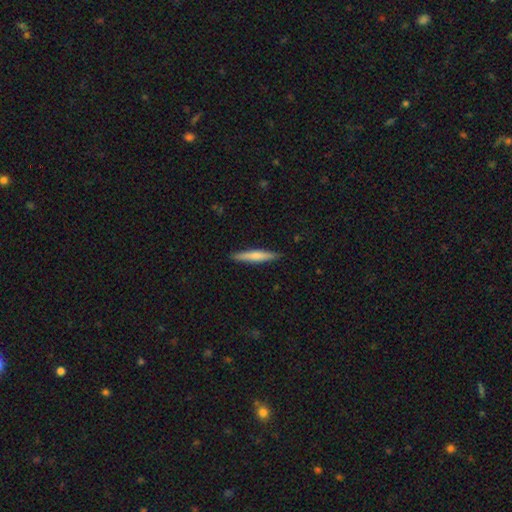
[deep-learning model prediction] The model was most divided on "smooth or featured": smooth: 66%, featured or disk: 29%, star or artifact: 5%. More confident: how rounded — cigar-shaped (91%); merging — none (90%).